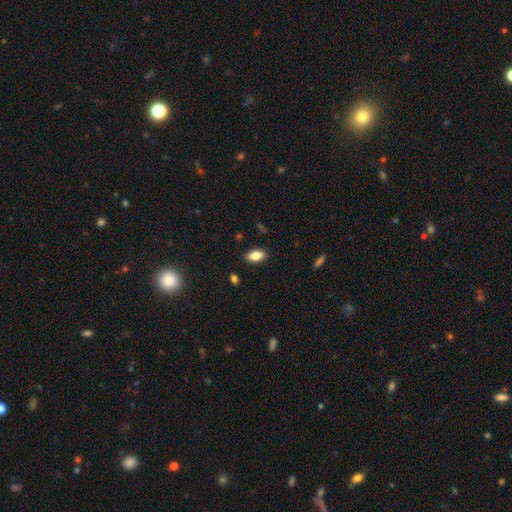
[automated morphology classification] smooth_or_featured: smooth (p=0.83) [alt: featured or disk p=0.09]
how_rounded: in between (p=0.91) [alt: cigar-shaped p=0.05]
merging: none (p=0.87) [alt: minor disturbance p=0.10]